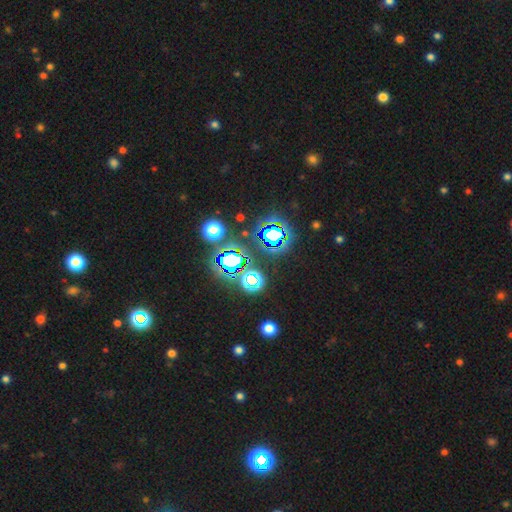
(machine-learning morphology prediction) Smooth or featured? Predicted: star or artifact (p=0.77).